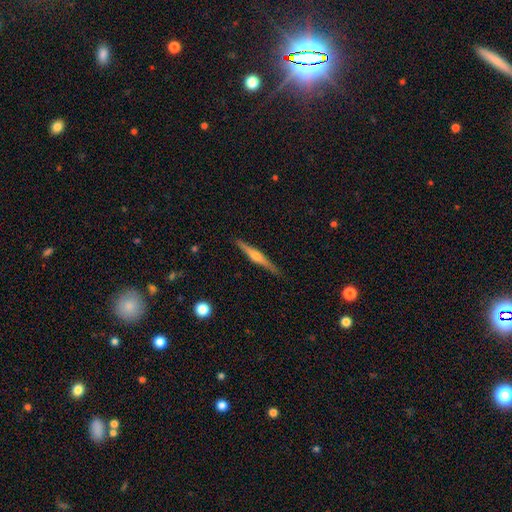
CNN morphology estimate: Overall: featured or disk (73%). Edge-on disk: yes (98%). Edge-on bulge: rounded (86%). Merging: none (90%).